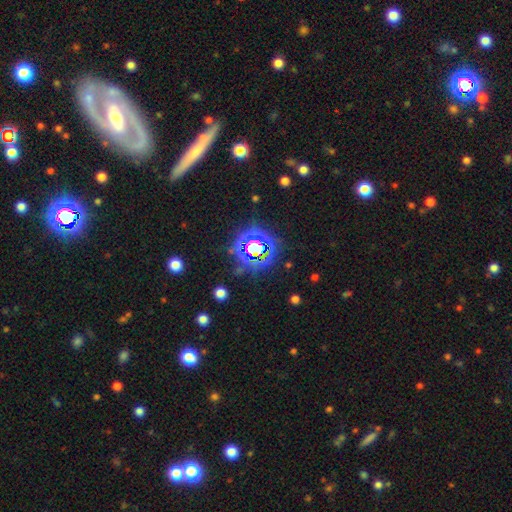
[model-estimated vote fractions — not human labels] Smooth or featured? Predicted: star or artifact (p=0.73).